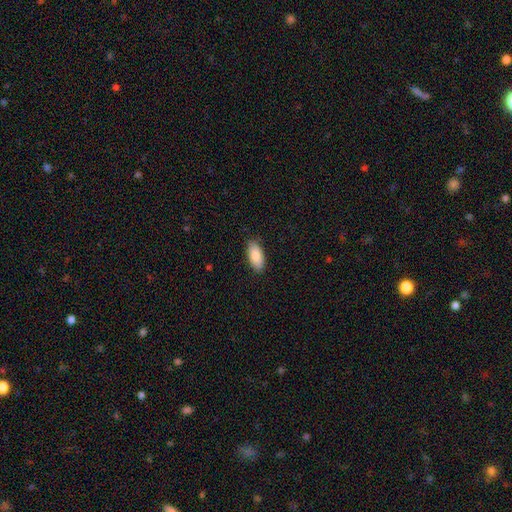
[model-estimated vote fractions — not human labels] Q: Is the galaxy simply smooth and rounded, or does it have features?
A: smooth — 87%.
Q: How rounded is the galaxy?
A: in between — 90%.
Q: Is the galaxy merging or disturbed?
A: none — 86%.